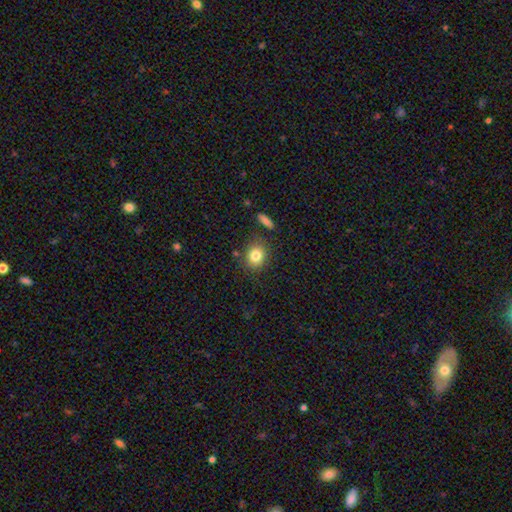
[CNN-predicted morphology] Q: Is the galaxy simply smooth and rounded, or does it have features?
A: smooth — 81%.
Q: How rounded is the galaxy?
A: round — 66%.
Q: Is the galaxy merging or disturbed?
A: none — 81%.